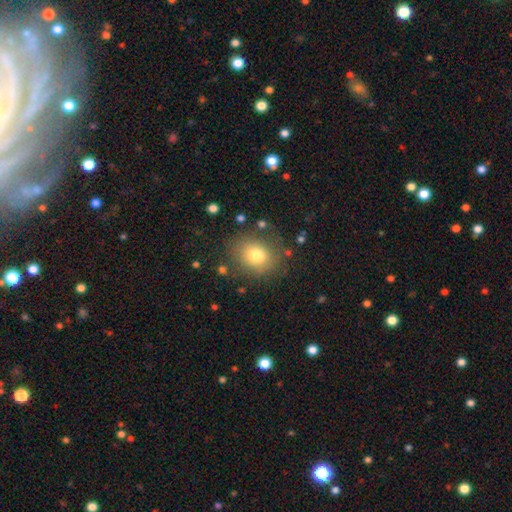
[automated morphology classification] Smooth or featured? Predicted: smooth (p=0.75). How rounded? Predicted: round (p=0.66). Merging? Predicted: none (p=0.78).